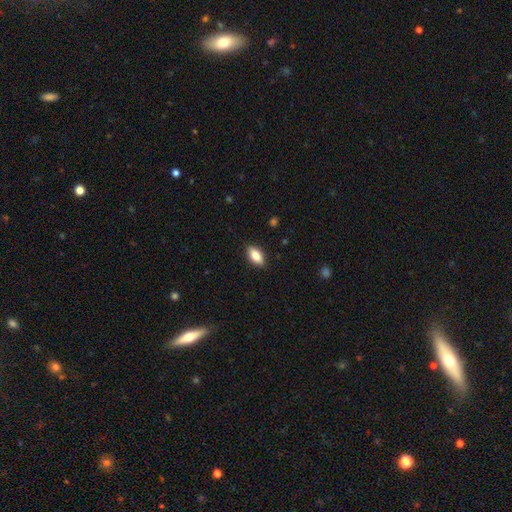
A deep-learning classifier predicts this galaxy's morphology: Smooth or featured? Predicted: smooth (p=0.82). How rounded? Predicted: in between (p=0.89). Merging? Predicted: none (p=0.88).